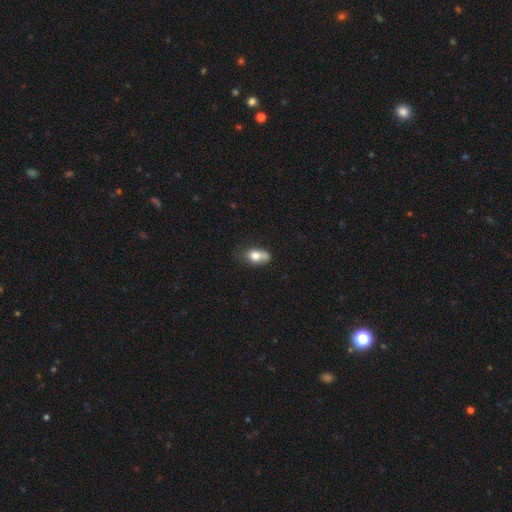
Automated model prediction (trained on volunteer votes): Smooth or featured? smooth (74%)
How rounded? in between (83%)
Merging? none (40%)